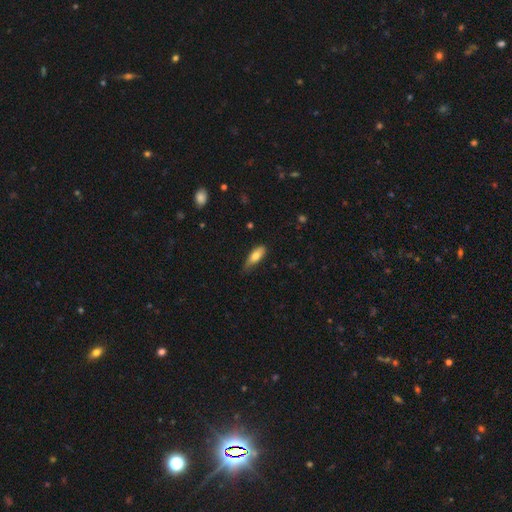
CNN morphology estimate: Smooth or featured? Predicted: smooth (p=0.78). How rounded? Predicted: in between (p=0.69). Merging? Predicted: none (p=0.56).